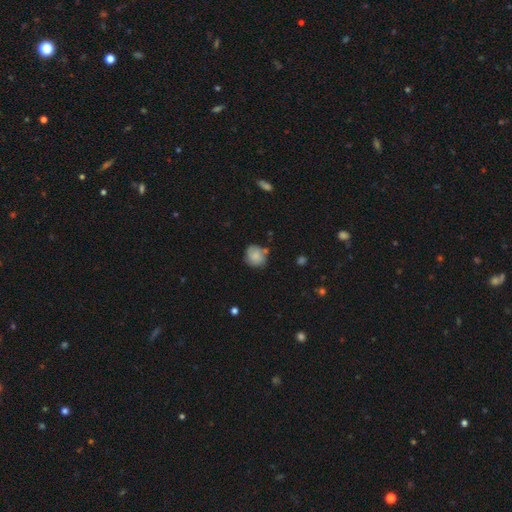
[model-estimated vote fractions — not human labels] smooth 76%, featured or disk 16%, star or artifact 8%. Down the decision tree: how rounded — round (81%); merging — none (65%).